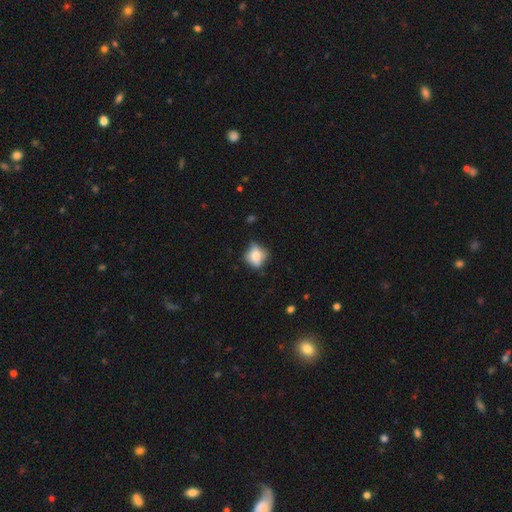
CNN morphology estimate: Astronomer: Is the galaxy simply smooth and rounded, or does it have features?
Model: smooth — 66%.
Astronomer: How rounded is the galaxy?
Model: round — 67%.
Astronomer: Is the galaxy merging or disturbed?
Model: none — 56%.